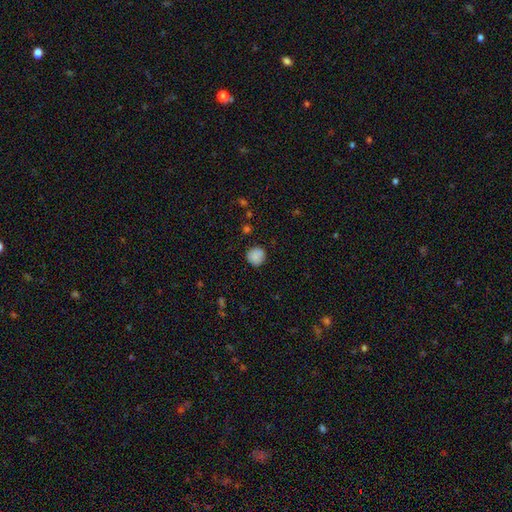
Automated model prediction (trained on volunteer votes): smooth 87%, star or artifact 9%, featured or disk 4%. Down the decision tree: how rounded — round (91%); merging — none (84%).